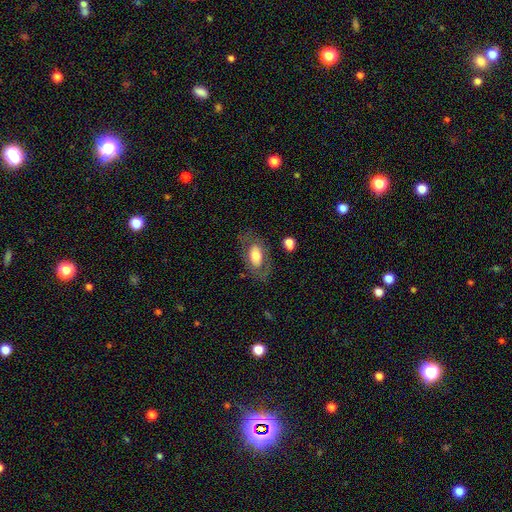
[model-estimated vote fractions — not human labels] smooth 58%, featured or disk 35%, star or artifact 7%. Down the decision tree: how rounded — in between (90%); merging — none (70%).